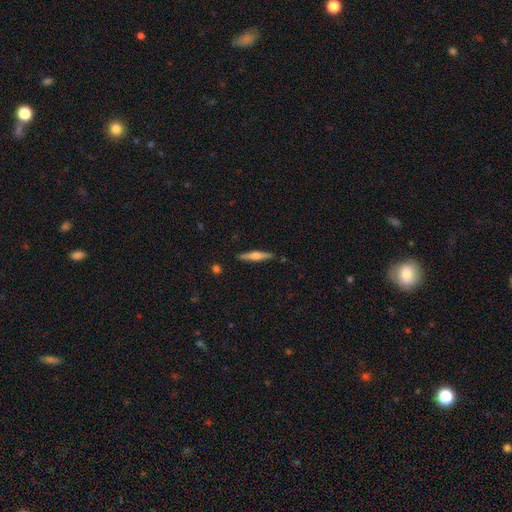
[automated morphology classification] Smooth or featured? featured or disk (56%)
Edge-on disk? yes (97%)
Edge-on bulge? rounded (85%)
Merging? none (88%)